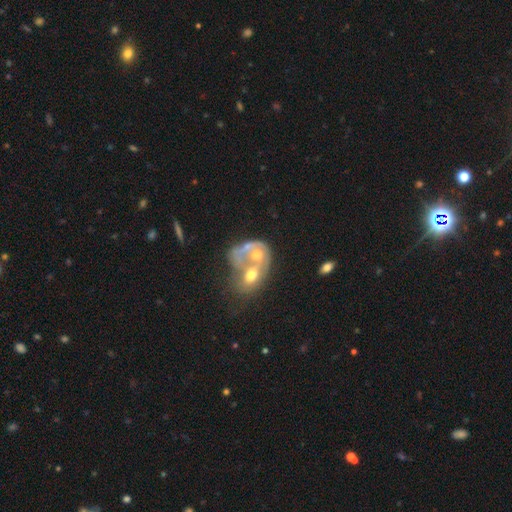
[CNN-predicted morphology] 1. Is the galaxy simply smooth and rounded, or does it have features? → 55% featured or disk, 34% smooth, 11% star or artifact.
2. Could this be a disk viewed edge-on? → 96% no, 4% yes.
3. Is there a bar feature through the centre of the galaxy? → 86% no, 11% weak, 3% strong.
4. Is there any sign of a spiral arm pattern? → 76% no, 24% yes.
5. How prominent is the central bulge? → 60% moderate, 20% small, 9% none, 8% large, 3% dominant.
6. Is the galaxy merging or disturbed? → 78% merger, 9% none, 8% major disturbance, 5% minor disturbance.